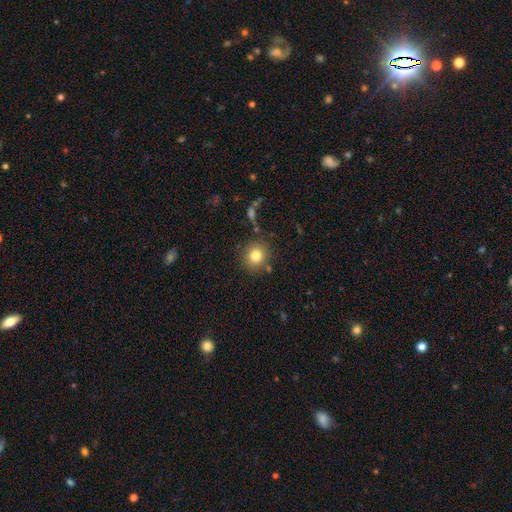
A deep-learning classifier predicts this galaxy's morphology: A smooth galaxy with no disk features (80%) that is round (90%).

Vote fractions:
- Smooth or featured? smooth: 80% / star or artifact: 12% / featured or disk: 8%
- How rounded? round: 90% / in between: 9% / cigar-shaped: 1%
- Merging? none: 85% / minor disturbance: 8% / merger: 4% / major disturbance: 3%